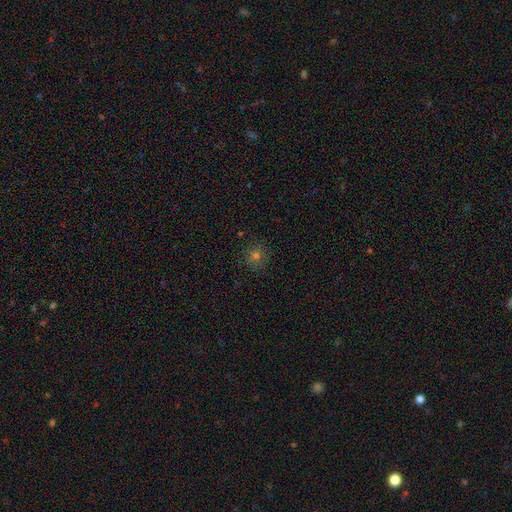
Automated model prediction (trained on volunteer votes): Morphology: type=smooth (64%); roundness=round (93%); merging=none (88%).